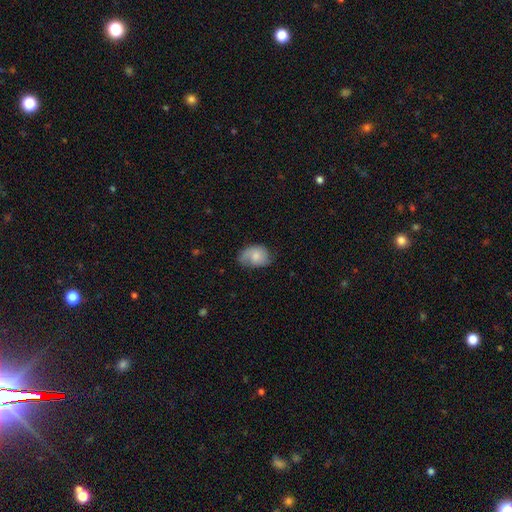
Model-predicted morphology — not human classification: Q: Smooth or featured?
A: smooth (69%); runner-up: featured or disk (24%)
Q: How rounded?
A: in between (78%); runner-up: round (21%)
Q: Merging?
A: none (52%); runner-up: minor disturbance (34%)